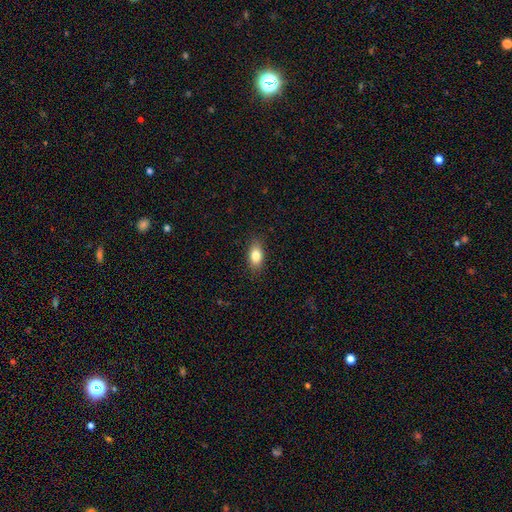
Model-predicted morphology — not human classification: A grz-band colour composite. It shows a smooth galaxy with no disk features (82%) that is in between round and cigar-shaped (86%). Merging: none (86%).